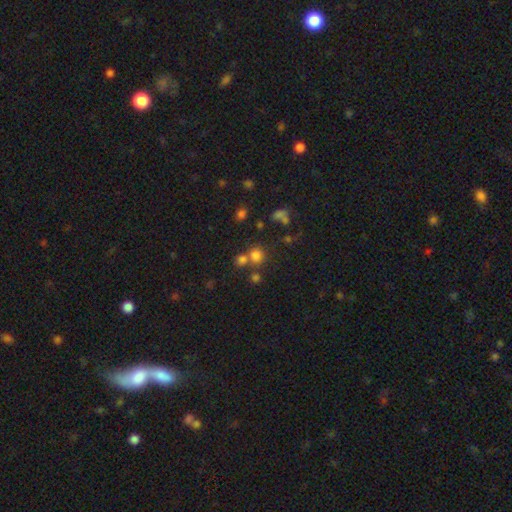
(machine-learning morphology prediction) This appears to be a smooth galaxy with no disk features (73%) that is round (86%). Merging: none (60%).